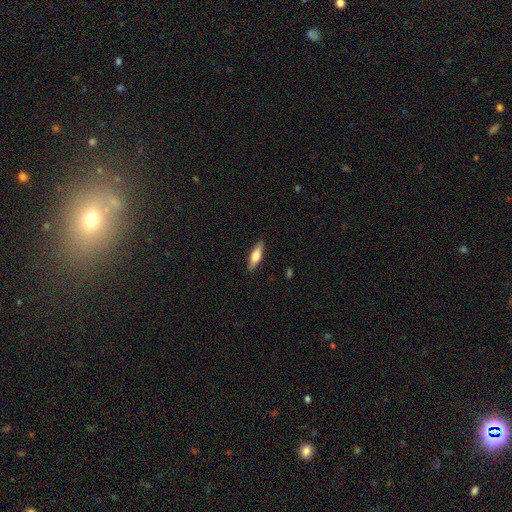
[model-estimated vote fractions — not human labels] smooth 61%, featured or disk 33%, star or artifact 6%. Down the decision tree: how rounded — cigar-shaped (52%); merging — none (89%).